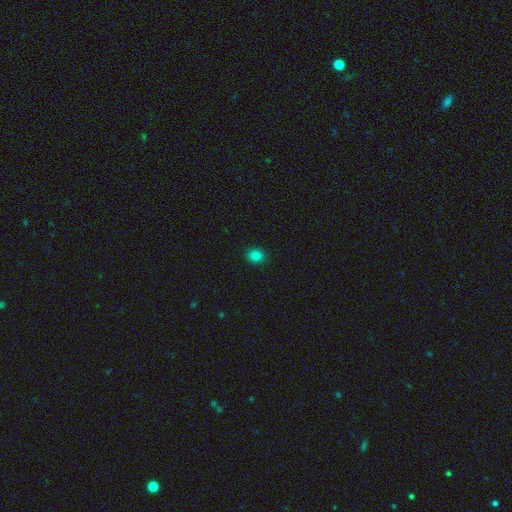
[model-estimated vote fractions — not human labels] smooth_or_featured: smooth (p=0.83) [alt: star or artifact p=0.13]
how_rounded: round (p=0.62) [alt: in between p=0.37]
merging: none (p=0.91) [alt: minor disturbance p=0.07]